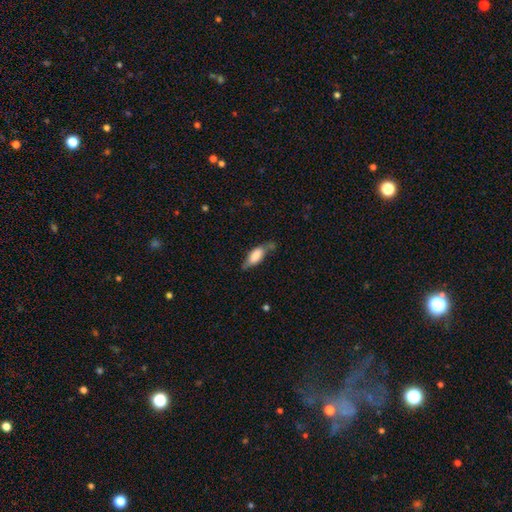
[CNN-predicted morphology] Smooth or featured: smooth — 66% (featured or disk — 27%)
How rounded: in between — 75% (cigar-shaped — 22%)
Merging: none — 48% (minor disturbance — 33%)